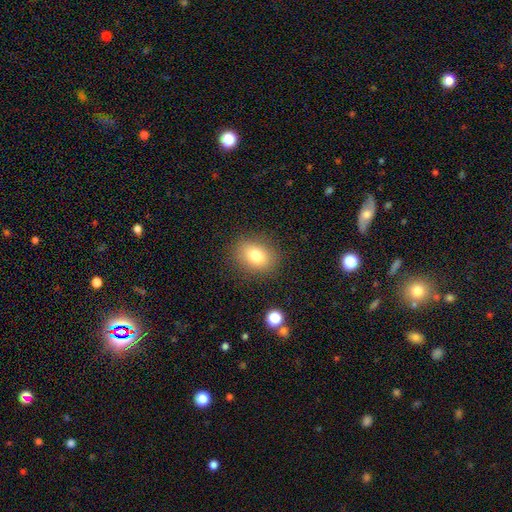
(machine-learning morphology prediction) Smooth or featured: smooth — 79% (featured or disk — 11%)
How rounded: in between — 65% (round — 33%)
Merging: none — 85% (minor disturbance — 10%)